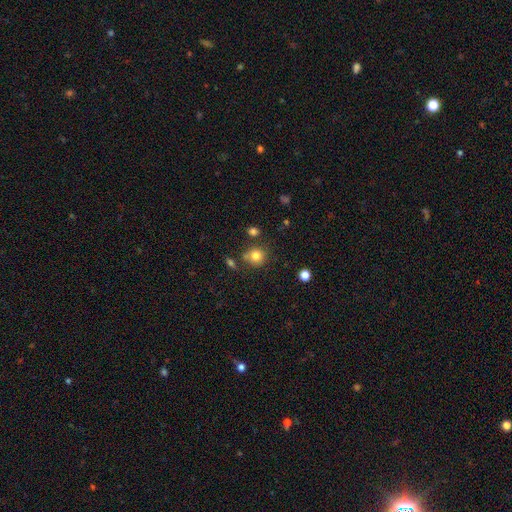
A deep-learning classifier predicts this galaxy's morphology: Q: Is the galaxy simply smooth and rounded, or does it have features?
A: smooth — 80%.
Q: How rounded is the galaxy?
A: round — 86%.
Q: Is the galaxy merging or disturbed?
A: none — 73%.